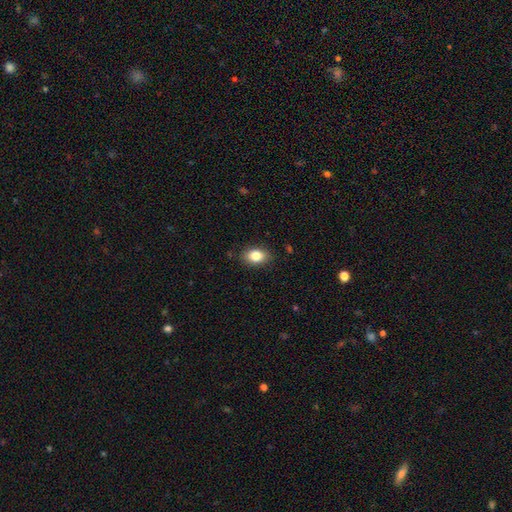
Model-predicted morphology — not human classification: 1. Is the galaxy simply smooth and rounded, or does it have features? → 83% smooth, 9% featured or disk, 8% star or artifact.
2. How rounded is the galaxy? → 83% in between, 16% round, 2% cigar-shaped.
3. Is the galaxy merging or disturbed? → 85% none, 11% minor disturbance, 3% major disturbance, 1% merger.